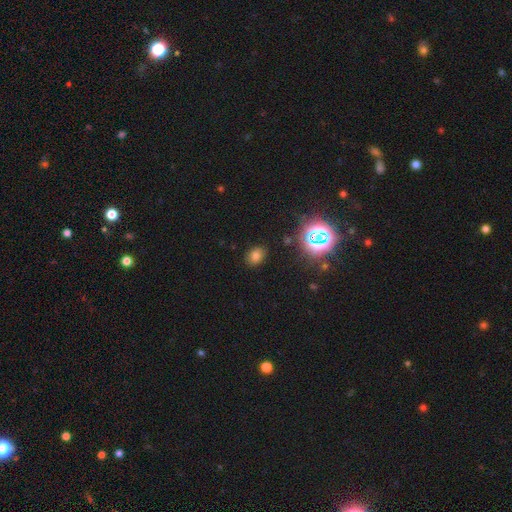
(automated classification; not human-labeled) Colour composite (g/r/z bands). It shows a smooth galaxy with no disk features (70%) that is in between round and cigar-shaped (68%). Merging: none (84%).